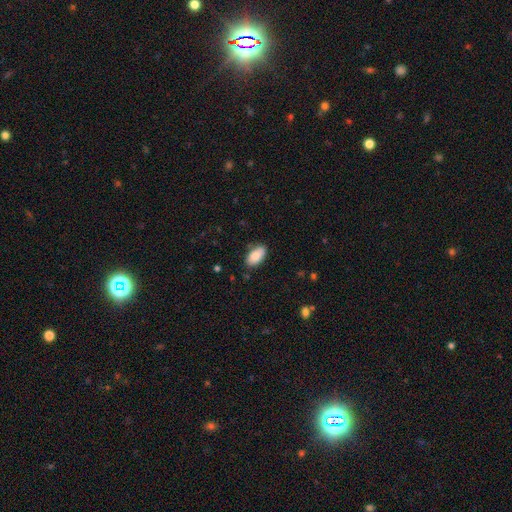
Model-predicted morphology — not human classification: Smooth or featured? Predicted: smooth (p=0.86). How rounded? Predicted: in between (p=0.94). Merging? Predicted: none (p=0.82).